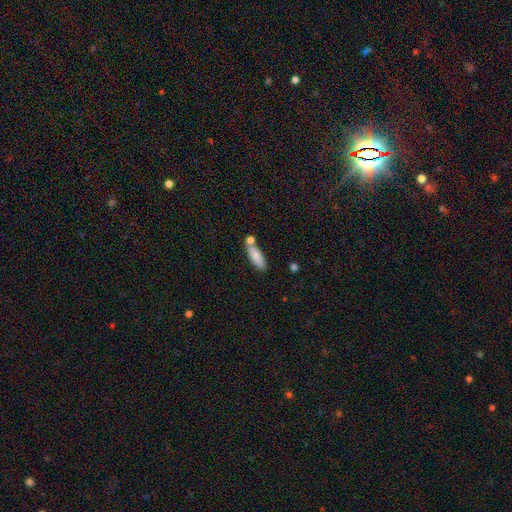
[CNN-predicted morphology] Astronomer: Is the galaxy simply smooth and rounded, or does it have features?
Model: smooth — 84%.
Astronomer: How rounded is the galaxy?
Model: in between — 56% (runner-up: cigar-shaped, 42%).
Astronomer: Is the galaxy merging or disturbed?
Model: none — 60%.